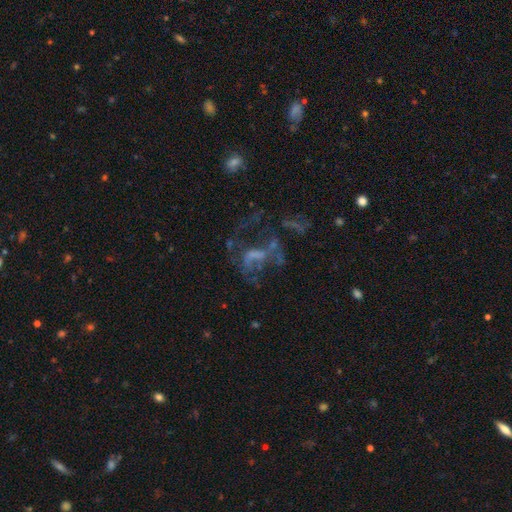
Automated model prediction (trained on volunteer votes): Morphology: type=featured or disk (57%); edge-on=no (97%); bar=no (67%); spiral arms=no (70%); bulge=none (59%); merging=major disturbance (42%).